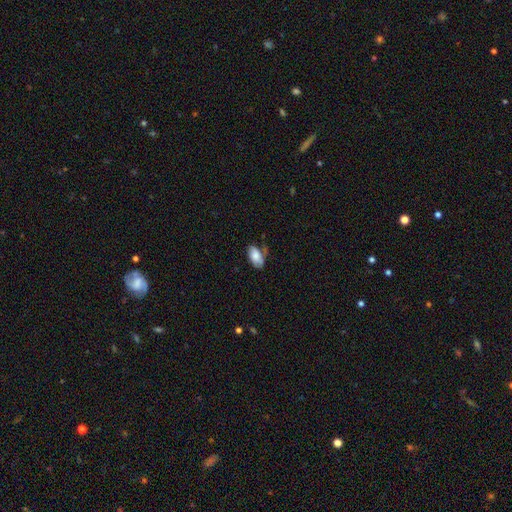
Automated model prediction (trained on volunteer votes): Smooth or featured? Predicted: smooth (p=0.78). How rounded? Predicted: in between (p=0.93). Merging? Predicted: none (p=0.54).